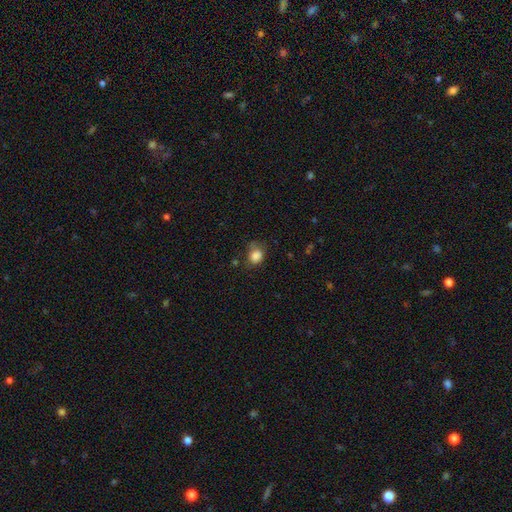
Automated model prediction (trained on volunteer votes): The model was most divided on "how rounded": round: 54%, in between: 46%, cigar-shaped: 1%. More confident: smooth or featured — smooth (84%); merging — none (51%).